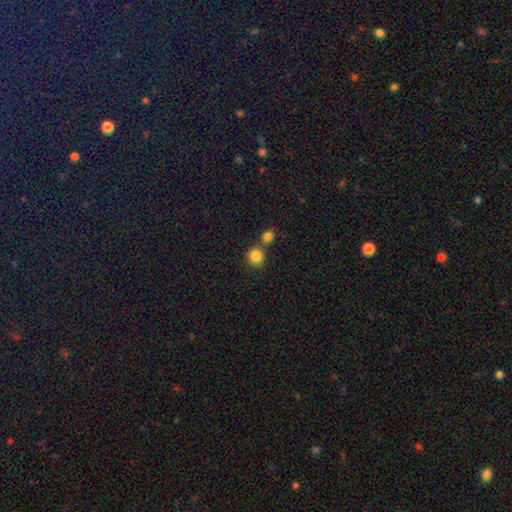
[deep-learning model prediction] Overall: smooth (84%). How rounded: round (88%). Merging: none (59%; merger 31%).